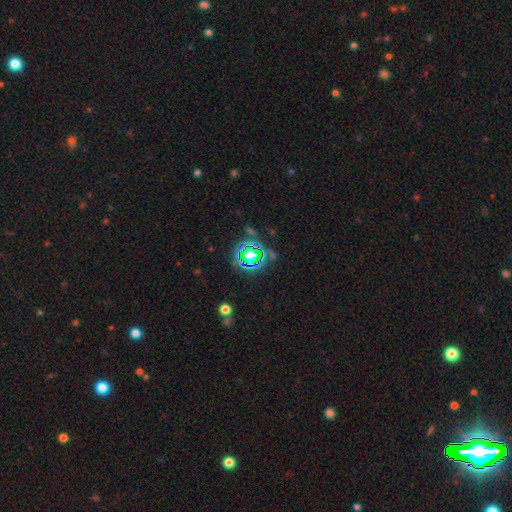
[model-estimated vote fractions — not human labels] This is likely a star or artifact rather than a galaxy (75%).